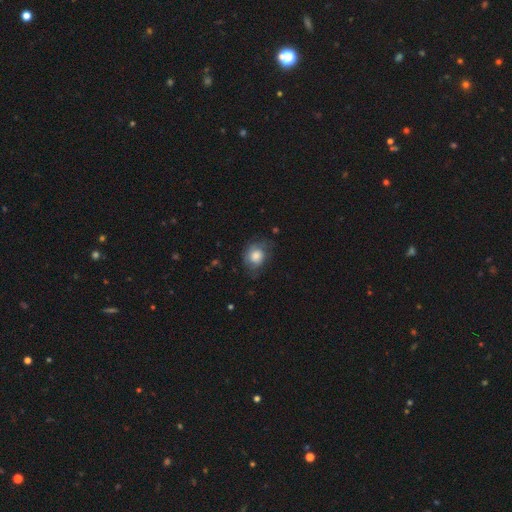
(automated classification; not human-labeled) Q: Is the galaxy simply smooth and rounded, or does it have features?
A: smooth — 72%.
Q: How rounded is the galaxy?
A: round — 61%.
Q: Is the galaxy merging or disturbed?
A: none — 57%.